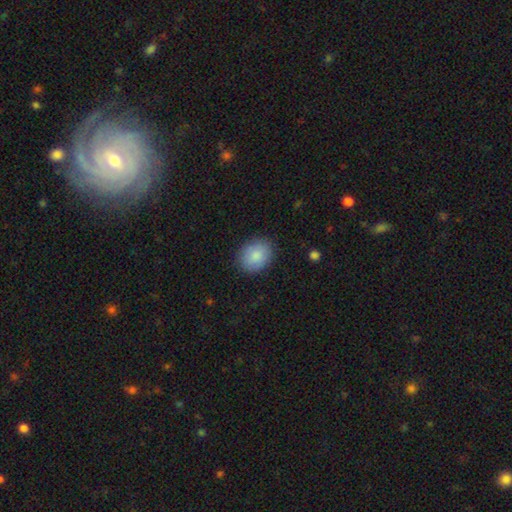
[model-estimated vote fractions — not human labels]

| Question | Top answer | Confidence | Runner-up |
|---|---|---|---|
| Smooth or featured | smooth | 87% | star or artifact (7%) |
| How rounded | in between | 51% | round (48%) |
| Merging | none | 86% | minor disturbance (10%) |